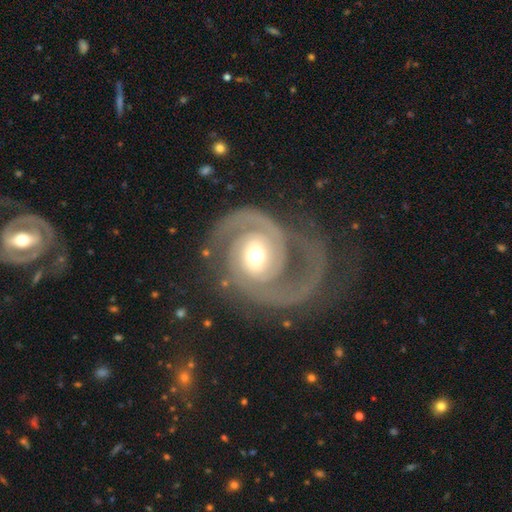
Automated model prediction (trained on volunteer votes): Smooth or featured?
  - featured or disk: 92% *
  - smooth: 4%
  - star or artifact: 4%
Edge-on disk?
  - no: 98% *
  - yes: 2%
Bar?
  - no: 55% *
  - weak: 30%
  - strong: 15%
Spiral arms?
  - yes: 98% *
  - no: 2%
Spiral winding?
  - tight: 53% *
  - medium: 37%
  - loose: 9%
Spiral arm count?
  - 2: 83% *
  - 1: 5%
  - 3: 4%
  - can't tell: 4%
  - 4: 2%
  - more than 4: 2%
Bulge size?
  - moderate: 68% *
  - small: 20%
  - large: 10%
  - dominant: 1%
  - none: 1%
Merging?
  - none: 67% *
  - major disturbance: 17%
  - minor disturbance: 13%
  - merger: 2%